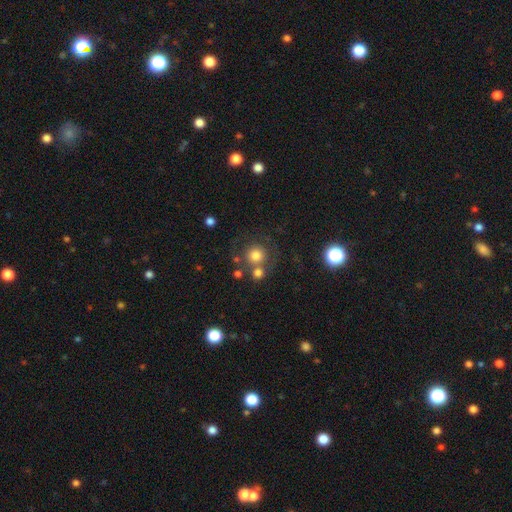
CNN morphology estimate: Smooth or featured? Predicted: smooth (p=0.75). How rounded? Predicted: round (p=0.92). Merging? Predicted: none (p=0.63).